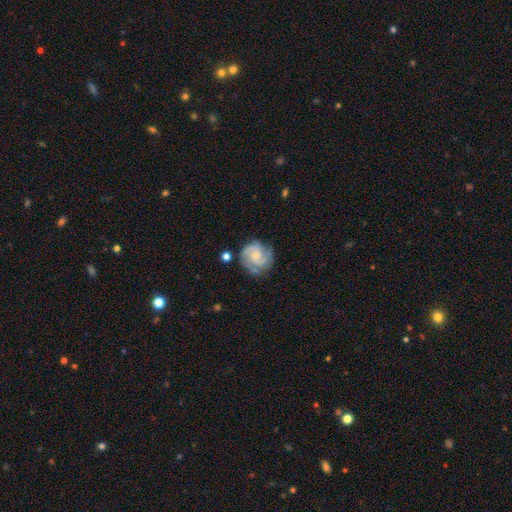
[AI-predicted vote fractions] Q: Smooth or featured?
A: featured or disk (81%); runner-up: smooth (13%)
Q: Edge-on disk?
A: no (98%); runner-up: yes (2%)
Q: Bar?
A: no (66%); runner-up: weak (29%)
Q: Spiral arms?
A: yes (96%); runner-up: no (4%)
Q: Spiral winding?
A: tight (53%); runner-up: medium (38%)
Q: Spiral arm count?
A: 2 (39%); runner-up: 3 (35%)
Q: Bulge size?
A: small (57%); runner-up: moderate (26%)
Q: Merging?
A: none (73%); runner-up: minor disturbance (18%)